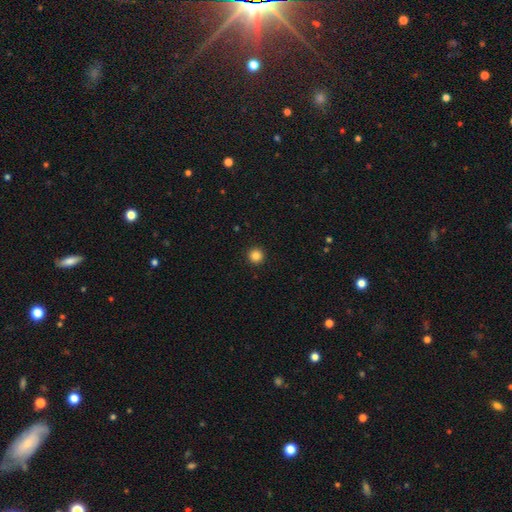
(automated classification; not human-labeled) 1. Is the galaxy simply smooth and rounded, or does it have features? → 86% smooth, 11% star or artifact, 3% featured or disk.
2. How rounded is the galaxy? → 96% round, 3% in between, 1% cigar-shaped.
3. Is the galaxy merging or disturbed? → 94% none, 4% minor disturbance, 1% major disturbance, 1% merger.